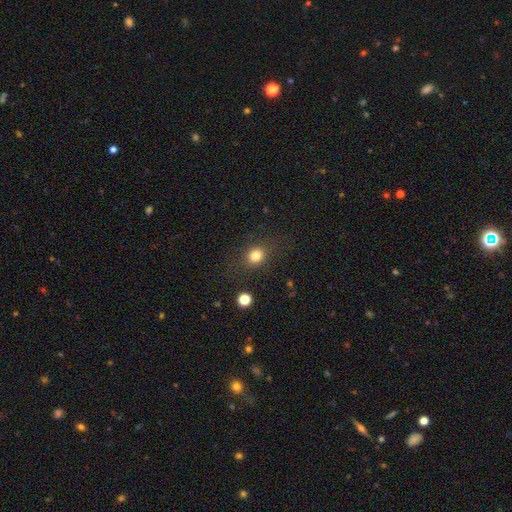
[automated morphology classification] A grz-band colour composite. It shows a smooth galaxy with no disk features (80%) that is round (68%). Merging: none (82%).